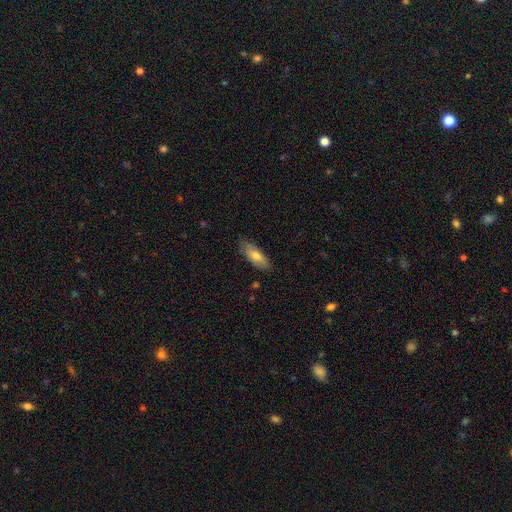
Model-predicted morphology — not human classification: Smooth or featured: smooth — 72% (featured or disk — 22%)
How rounded: in between — 75% (cigar-shaped — 23%)
Merging: none — 81% (minor disturbance — 16%)